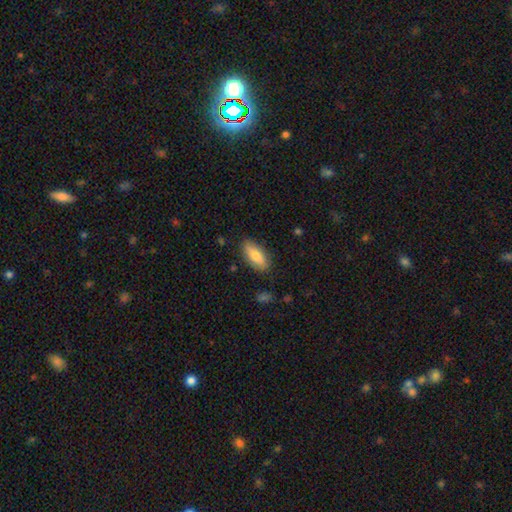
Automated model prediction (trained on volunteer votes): Overall: smooth (77%). How rounded: in between (79%). Merging: none (85%).